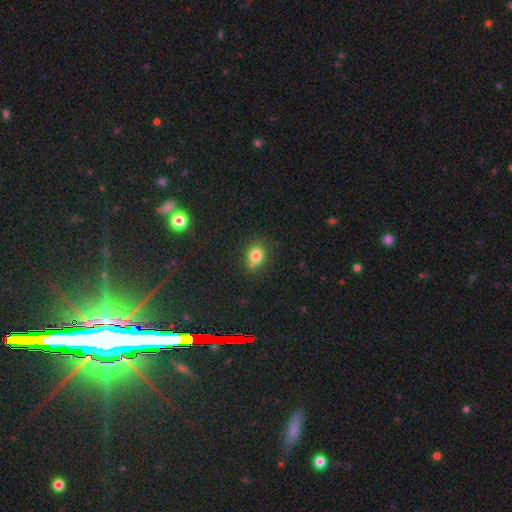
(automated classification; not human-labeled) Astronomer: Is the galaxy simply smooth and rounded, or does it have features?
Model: smooth — 80%.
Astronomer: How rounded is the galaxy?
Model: round — 62%.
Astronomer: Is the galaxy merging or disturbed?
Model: none — 73%.